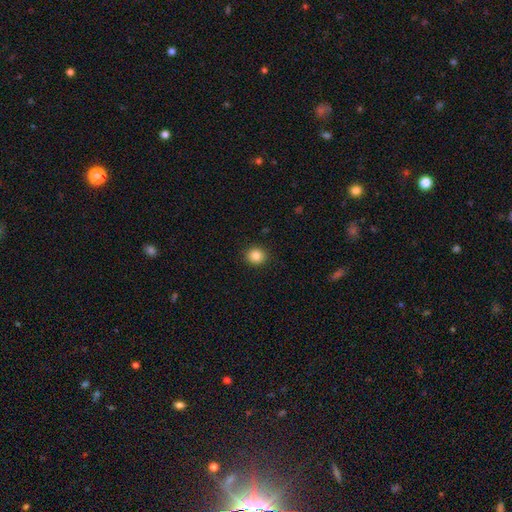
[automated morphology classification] Smooth or featured? smooth (85%)
How rounded? round (83%)
Merging? none (92%)